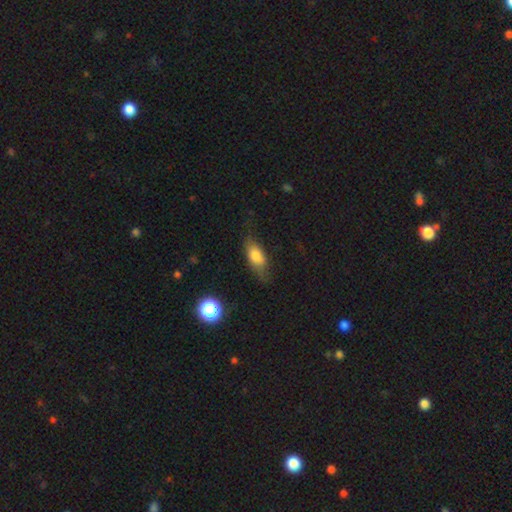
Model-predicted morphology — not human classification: Overall: smooth (71%). How rounded: in between (77%). Merging: none (62%; minor disturbance 25%).